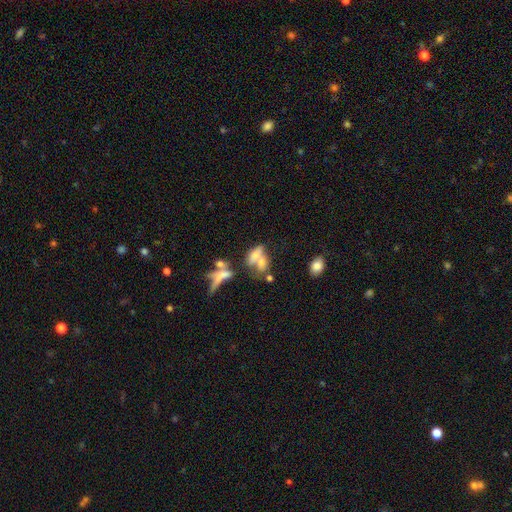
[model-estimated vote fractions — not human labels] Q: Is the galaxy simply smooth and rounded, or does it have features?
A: smooth — 44%.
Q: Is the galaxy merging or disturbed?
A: merger — 59%.